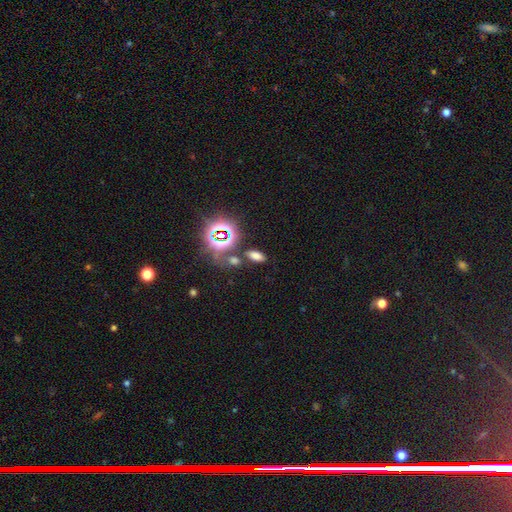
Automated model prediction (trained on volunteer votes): Smooth or featured?
  - smooth: 66% *
  - star or artifact: 27%
  - featured or disk: 7%
How rounded?
  - in between: 83% *
  - cigar-shaped: 9%
  - round: 8%
Merging?
  - none: 78% *
  - minor disturbance: 10%
  - merger: 8%
  - major disturbance: 4%